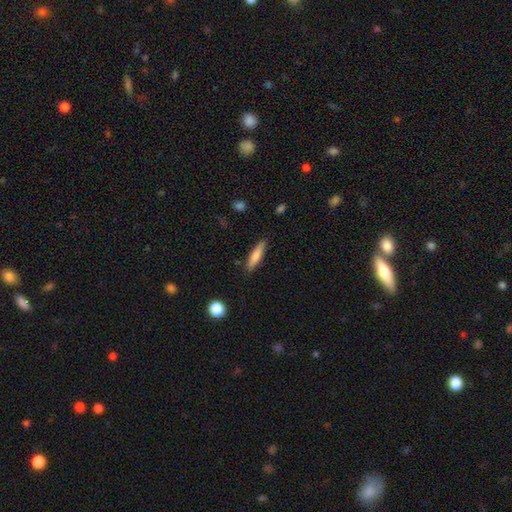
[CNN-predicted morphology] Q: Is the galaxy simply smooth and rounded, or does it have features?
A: smooth — 78%.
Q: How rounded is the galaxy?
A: cigar-shaped — 75%.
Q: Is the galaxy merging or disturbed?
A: none — 84%.